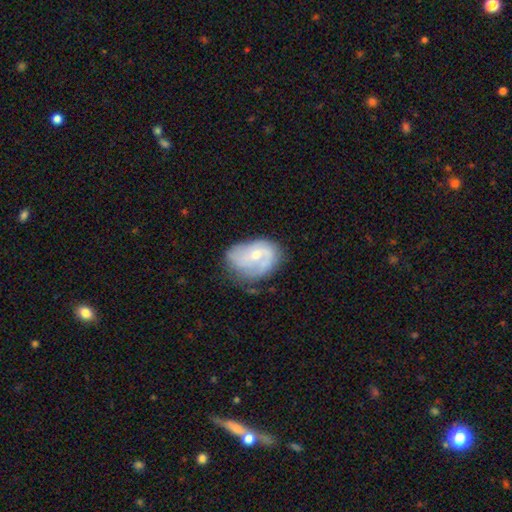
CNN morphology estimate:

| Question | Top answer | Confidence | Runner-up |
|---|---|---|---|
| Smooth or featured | featured or disk | 60% | smooth (33%) |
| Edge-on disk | no | 97% | yes (3%) |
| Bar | no | 59% | weak (35%) |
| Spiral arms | yes | 73% | no (27%) |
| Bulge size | small | 51% | moderate (43%) |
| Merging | none | 46% | minor disturbance (34%) |